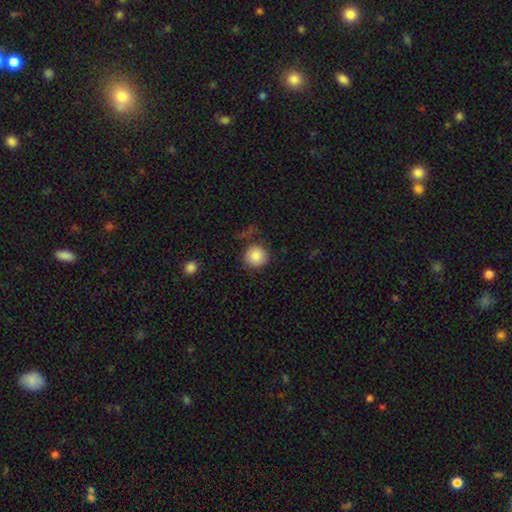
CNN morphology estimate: Overall: smooth (87%). How rounded: round (92%). Merging: none (69%).